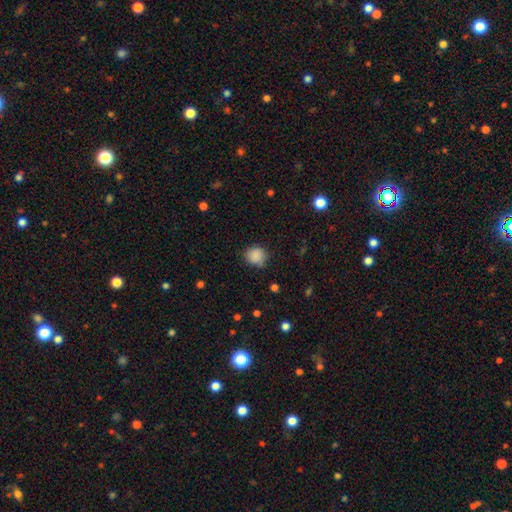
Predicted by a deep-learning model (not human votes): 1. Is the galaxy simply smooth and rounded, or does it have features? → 87% smooth, 9% star or artifact, 4% featured or disk.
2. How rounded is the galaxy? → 82% round, 17% in between, 1% cigar-shaped.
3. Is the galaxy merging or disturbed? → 77% none, 18% minor disturbance, 4% major disturbance, 1% merger.